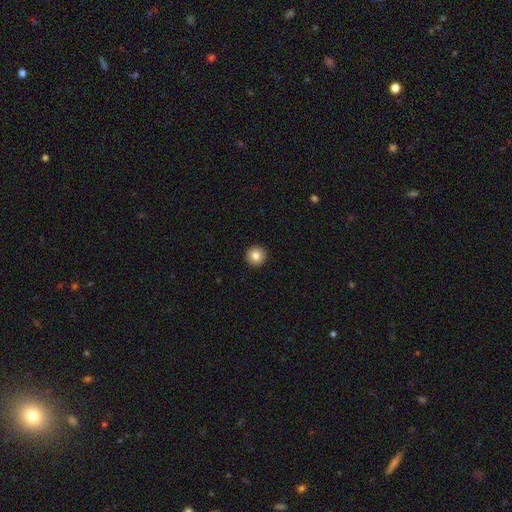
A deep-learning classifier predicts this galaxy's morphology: smooth-or-featured: smooth: 84% | star or artifact: 9% | featured or disk: 8%
  how-rounded: round: 95% | in between: 4% | cigar-shaped: 1%
  merging: none: 94% | minor disturbance: 4% | major disturbance: 1% | merger: 1%